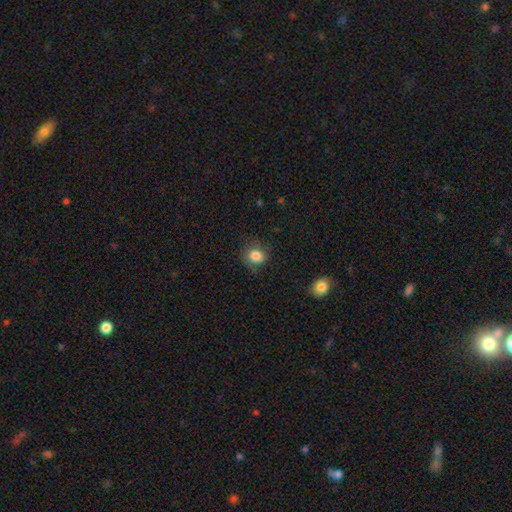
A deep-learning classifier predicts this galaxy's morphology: A smooth galaxy with no disk features (84%) that is round (76%). Merging: none (77%).